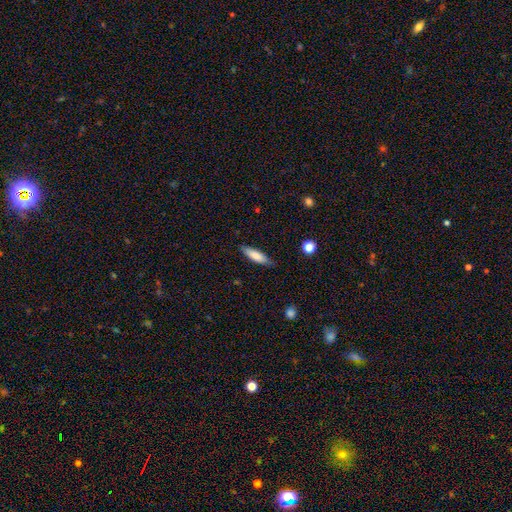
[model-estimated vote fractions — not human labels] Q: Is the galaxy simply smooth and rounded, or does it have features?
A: smooth — 79%.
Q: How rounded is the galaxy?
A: cigar-shaped — 60%.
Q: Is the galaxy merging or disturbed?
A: none — 77%.